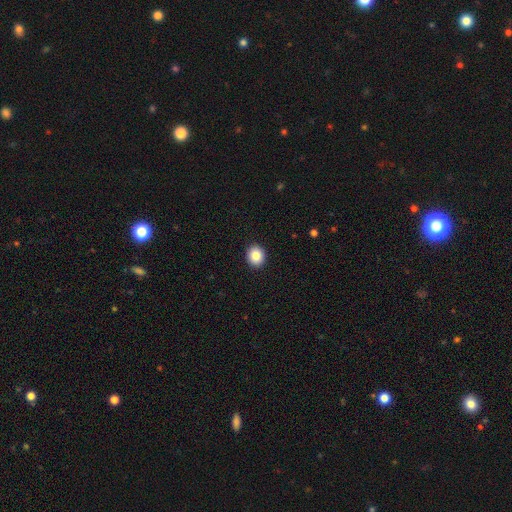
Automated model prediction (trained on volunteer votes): smooth 85%, star or artifact 9%, featured or disk 6%. Down the decision tree: how rounded — round (68%); merging — none (92%).